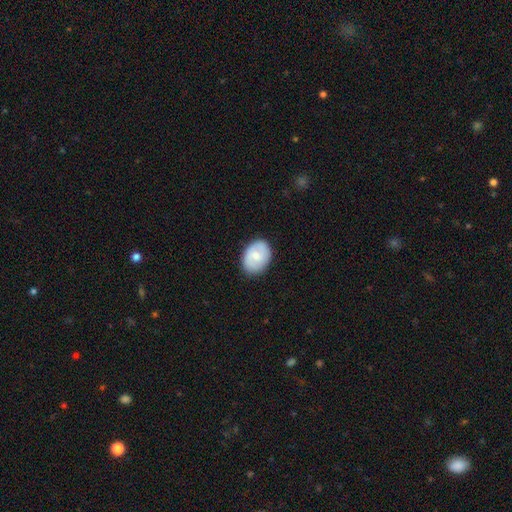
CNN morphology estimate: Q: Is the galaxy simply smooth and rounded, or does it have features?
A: smooth — 64%.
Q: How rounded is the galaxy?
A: in between — 67%.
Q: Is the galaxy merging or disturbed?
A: none — 83%.